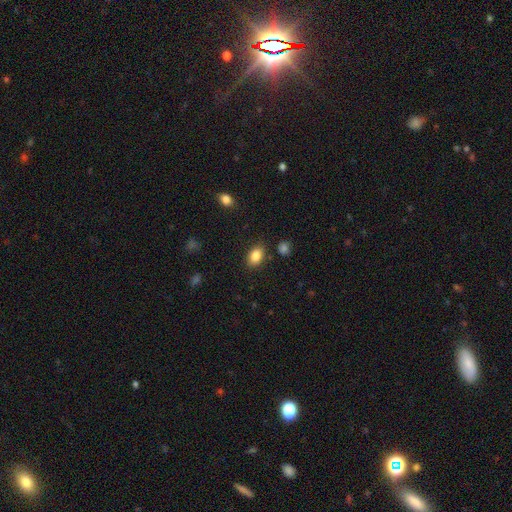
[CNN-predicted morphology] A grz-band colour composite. It shows a smooth galaxy with no disk features (85%) that is in between round and cigar-shaped (87%). Merging: none (84%).